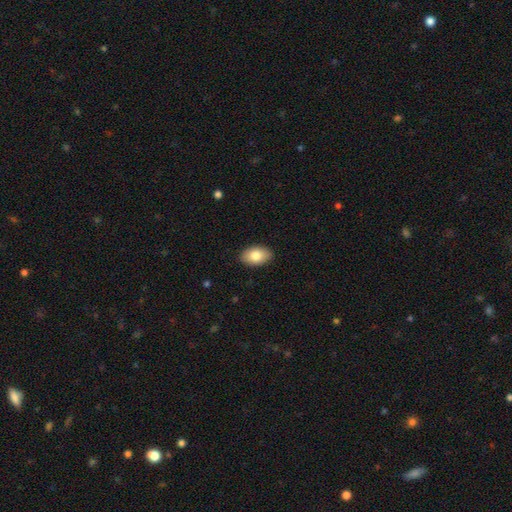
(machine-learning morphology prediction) Q: Smooth or featured?
A: smooth (82%); runner-up: featured or disk (12%)
Q: How rounded?
A: in between (92%); runner-up: round (7%)
Q: Merging?
A: none (89%); runner-up: minor disturbance (8%)